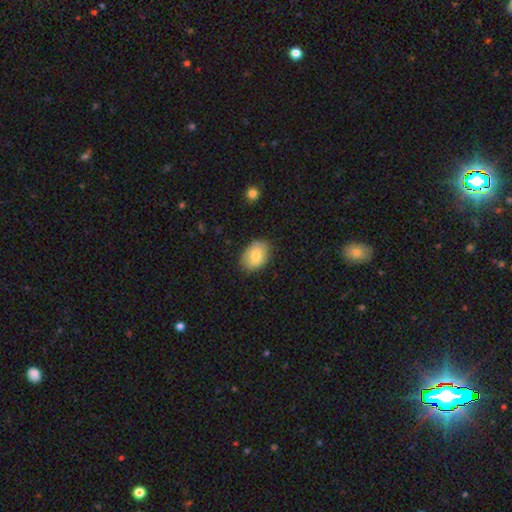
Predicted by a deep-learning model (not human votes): Smooth or featured? smooth (78%)
How rounded? in between (76%)
Merging? none (84%)